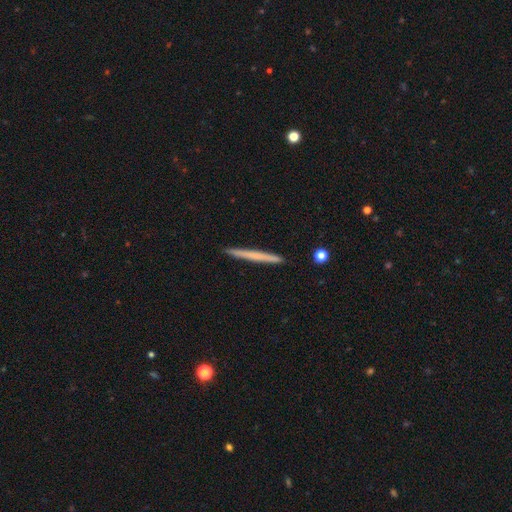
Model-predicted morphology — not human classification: Q: Smooth or featured?
A: smooth (59%); runner-up: featured or disk (36%)
Q: How rounded?
A: cigar-shaped (97%); runner-up: in between (2%)
Q: Merging?
A: none (92%); runner-up: minor disturbance (5%)